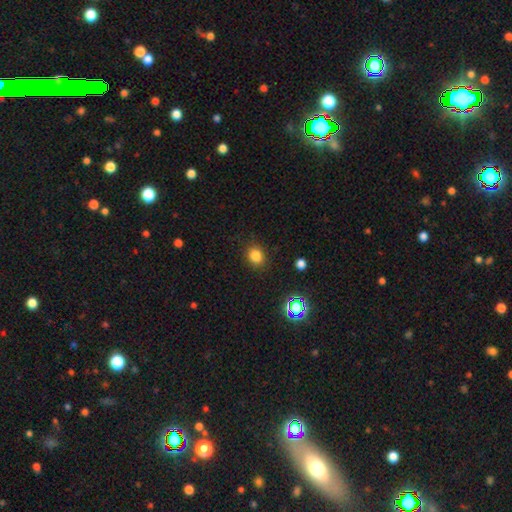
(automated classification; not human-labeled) Morphology: type=smooth (82%); roundness=round (64%); merging=none (88%).